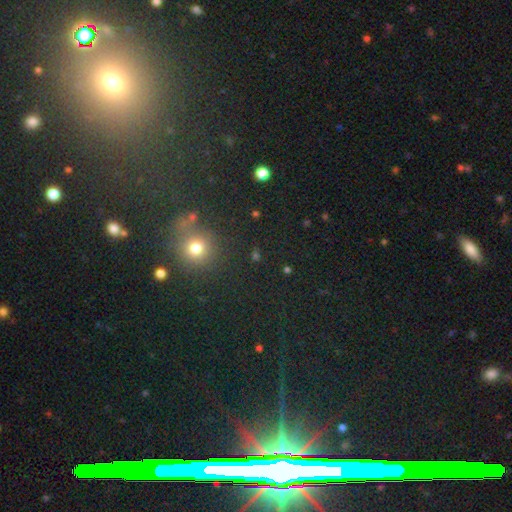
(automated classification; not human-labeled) Smooth or featured? smooth (50%)
How rounded? round (84%)
Merging? none (81%)